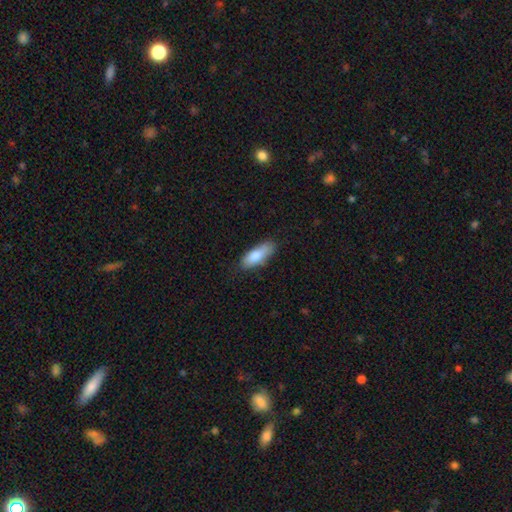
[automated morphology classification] Overall: smooth (81%). How rounded: in between (65%; cigar-shaped 33%). Merging: none (74%).